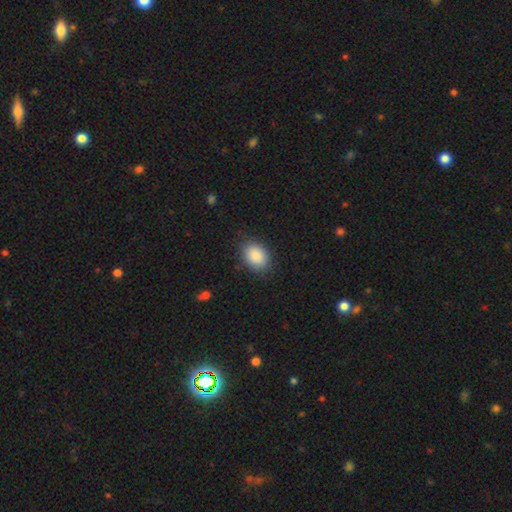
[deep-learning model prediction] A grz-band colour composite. It shows a smooth galaxy with no disk features (89%) that is in between round and cigar-shaped (76%). Merging: none (85%).